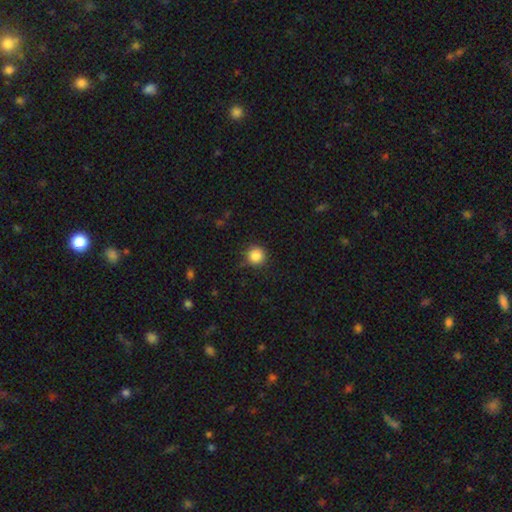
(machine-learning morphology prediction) smooth-or-featured: smooth: 86% | star or artifact: 10% | featured or disk: 3%
  how-rounded: round: 94% | in between: 5% | cigar-shaped: 1%
  merging: none: 88% | minor disturbance: 8% | major disturbance: 2% | merger: 1%